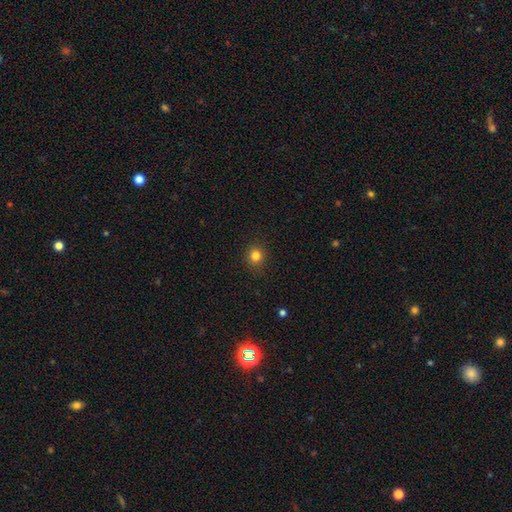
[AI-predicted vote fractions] Overall: smooth (81%). How rounded: round (85%). Merging: none (89%).